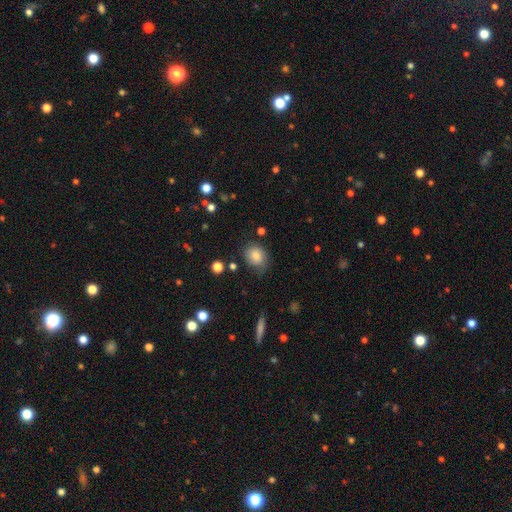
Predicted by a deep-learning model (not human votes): Smooth or featured? smooth (80%)
How rounded? round (64%)
Merging? none (69%)